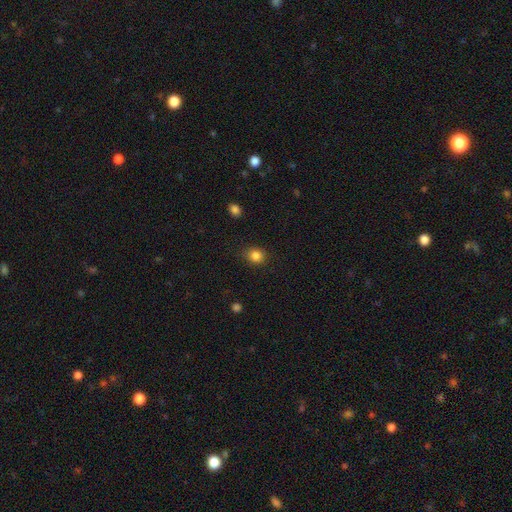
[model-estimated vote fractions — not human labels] Smooth or featured?
  - smooth: 84% *
  - star or artifact: 12%
  - featured or disk: 4%
How rounded?
  - round: 73% *
  - in between: 26%
  - cigar-shaped: 1%
Merging?
  - none: 85% *
  - minor disturbance: 11%
  - major disturbance: 3%
  - merger: 1%